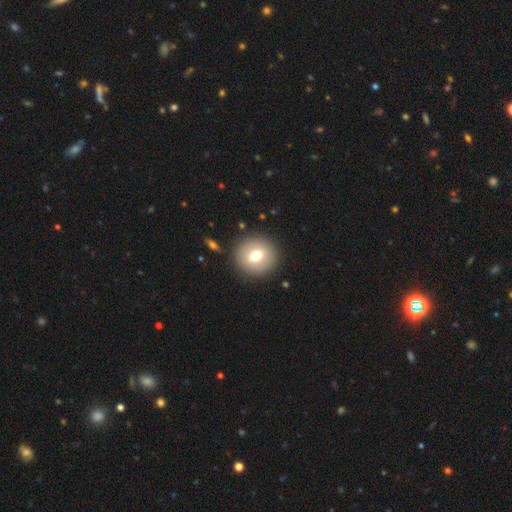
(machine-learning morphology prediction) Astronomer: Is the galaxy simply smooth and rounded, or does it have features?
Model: smooth — 71%.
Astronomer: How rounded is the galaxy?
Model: round — 90%.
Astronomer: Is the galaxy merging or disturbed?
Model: none — 89%.